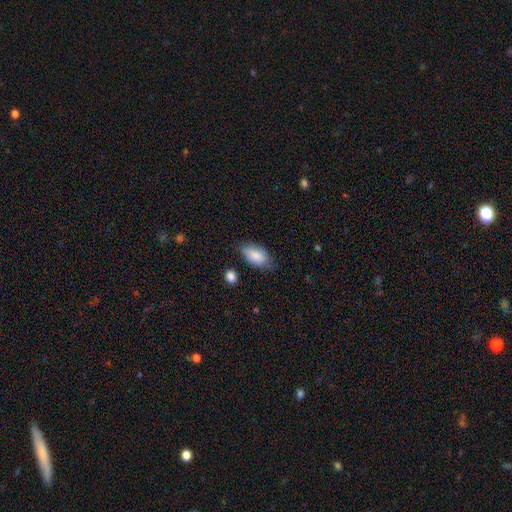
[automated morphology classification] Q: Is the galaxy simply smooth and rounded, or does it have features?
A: smooth — 84%.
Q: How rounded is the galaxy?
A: in between — 93%.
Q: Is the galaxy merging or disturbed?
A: none — 70%.